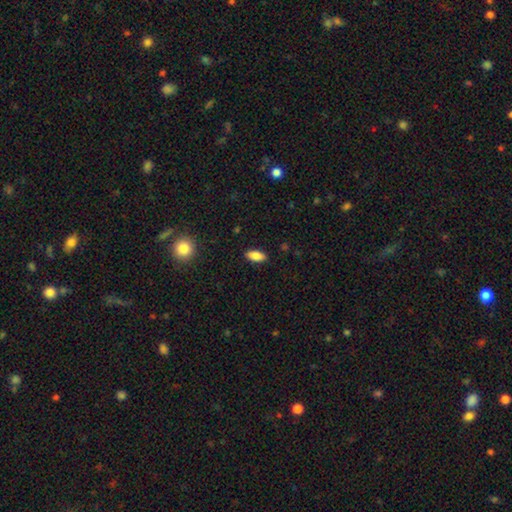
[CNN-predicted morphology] smooth_or_featured: smooth (p=0.85) [alt: featured or disk p=0.07]
how_rounded: in between (p=0.86) [alt: cigar-shaped p=0.11]
merging: none (p=0.89) [alt: minor disturbance p=0.08]